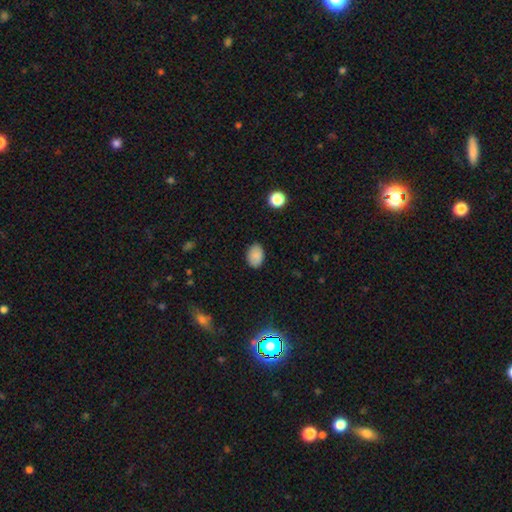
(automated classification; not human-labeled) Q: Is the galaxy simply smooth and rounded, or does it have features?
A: smooth — 87%.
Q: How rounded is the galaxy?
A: in between — 82%.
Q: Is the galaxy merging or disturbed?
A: none — 86%.